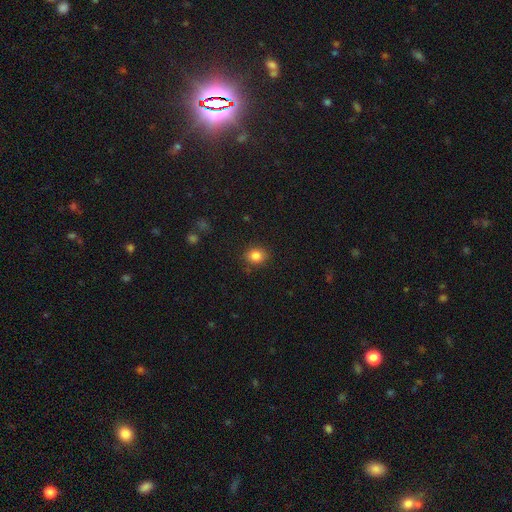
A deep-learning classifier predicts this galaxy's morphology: smooth_or_featured: smooth (p=0.85) [alt: star or artifact p=0.10]
how_rounded: round (p=0.62) [alt: in between p=0.37]
merging: none (p=0.87) [alt: minor disturbance p=0.09]